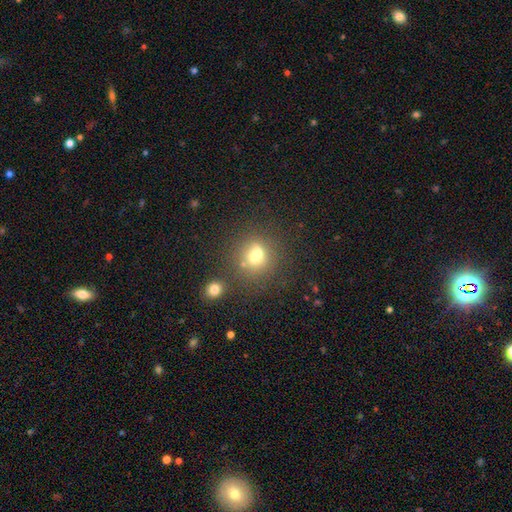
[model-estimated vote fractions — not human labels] smooth-or-featured: smooth: 65% | featured or disk: 18% | star or artifact: 17%
  how-rounded: round: 77% | in between: 22% | cigar-shaped: 2%
  merging: none: 47% | merger: 34% | minor disturbance: 13% | major disturbance: 6%